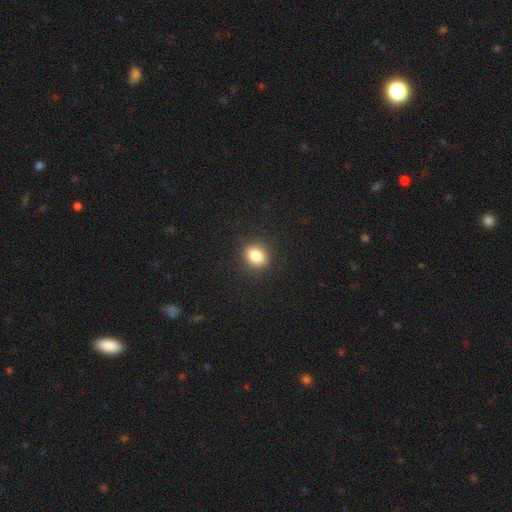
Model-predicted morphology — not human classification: smooth 84%, star or artifact 10%, featured or disk 5%. Down the decision tree: how rounded — round (59%); merging — none (89%).